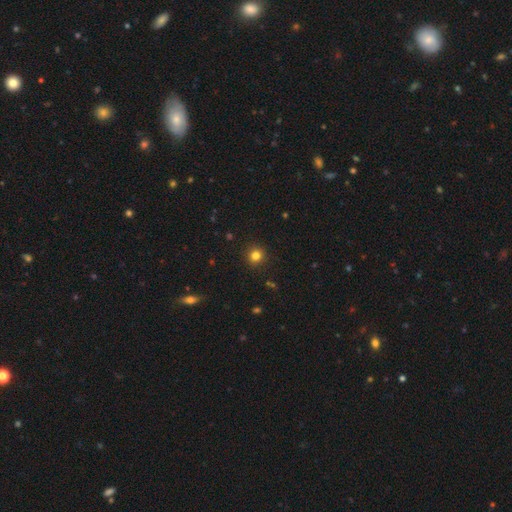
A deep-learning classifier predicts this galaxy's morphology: type=smooth (81%); roundness=round (93%); merging=none (92%).